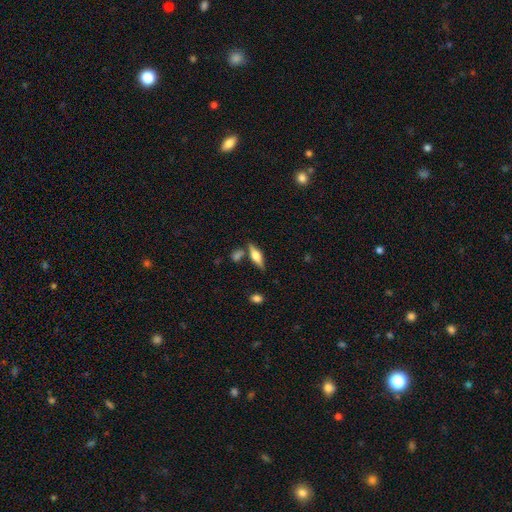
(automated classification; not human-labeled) Q: Smooth or featured?
A: featured or disk (53%); runner-up: smooth (39%)
Q: Edge-on disk?
A: yes (94%); runner-up: no (6%)
Q: Edge-on bulge?
A: rounded (89%); runner-up: boxy (9%)
Q: Merging?
A: none (73%); runner-up: minor disturbance (12%)